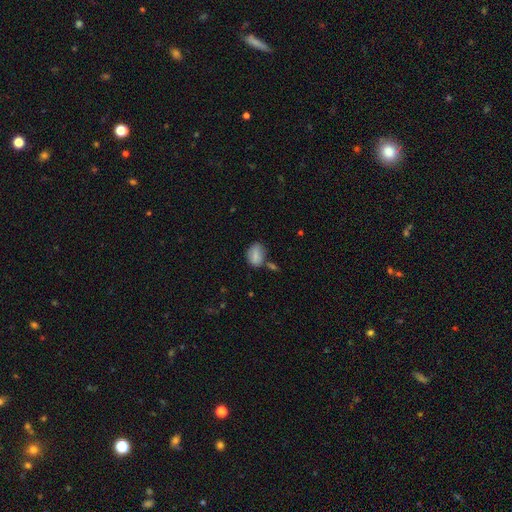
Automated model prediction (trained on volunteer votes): Overall: smooth (80%). How rounded: in between (75%). Merging: none (54%; minor disturbance 25%).